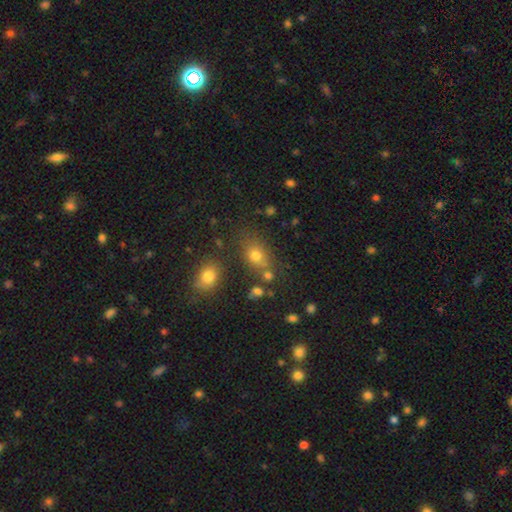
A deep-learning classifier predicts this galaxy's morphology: Smooth or featured? smooth (71%)
How rounded? in between (60%)
Merging? none (65%)